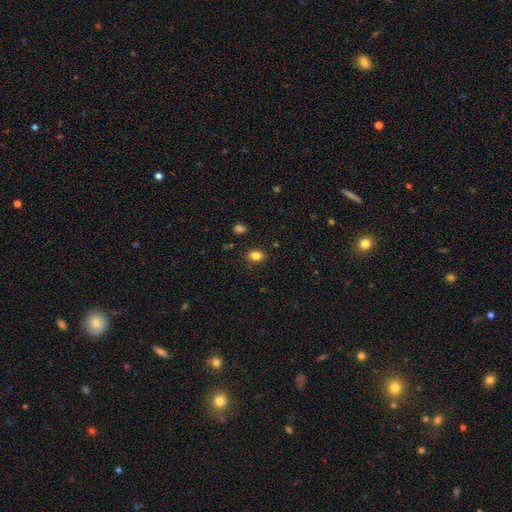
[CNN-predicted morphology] smooth-or-featured: smooth: 83% | star or artifact: 11% | featured or disk: 6%
  how-rounded: in between: 68% | round: 31% | cigar-shaped: 1%
  merging: none: 86% | minor disturbance: 10% | major disturbance: 2% | merger: 2%